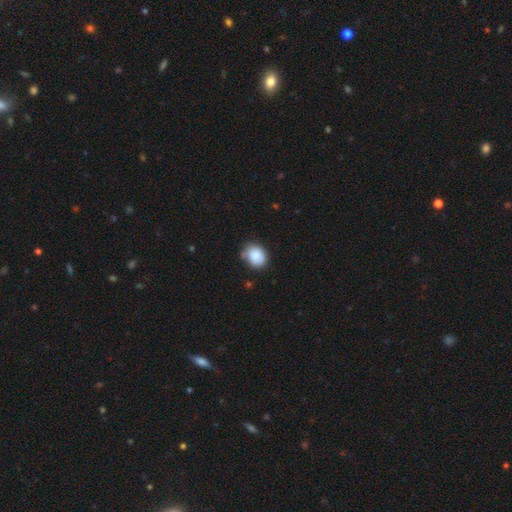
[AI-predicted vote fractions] Smooth or featured?
  - smooth: 86% *
  - star or artifact: 8%
  - featured or disk: 6%
How rounded?
  - round: 60% *
  - in between: 39%
  - cigar-shaped: 1%
Merging?
  - none: 63% *
  - minor disturbance: 26%
  - major disturbance: 6%
  - merger: 5%